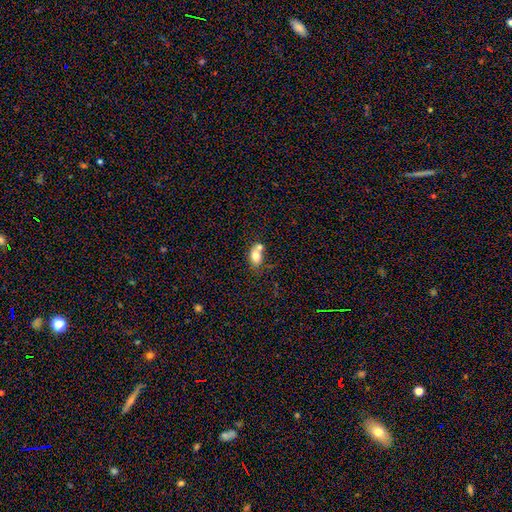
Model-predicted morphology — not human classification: smooth_or_featured: smooth (p=0.74) [alt: featured or disk p=0.17]
how_rounded: in between (p=0.74) [alt: round p=0.24]
merging: merger (p=0.54) [alt: none p=0.30]